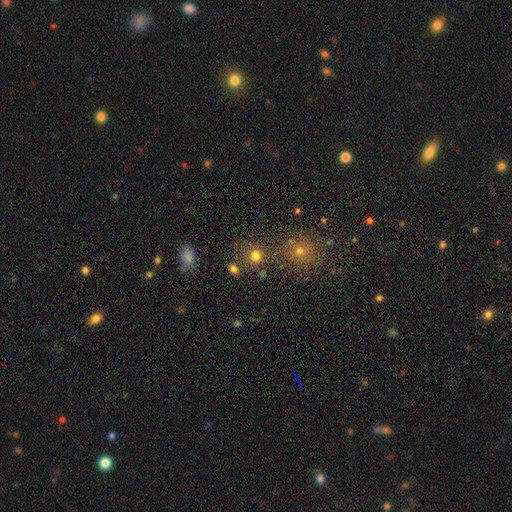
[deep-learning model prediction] This is likely a smooth galaxy (77%). How rounded: clearly round (89%). Merging: likely none (75%).